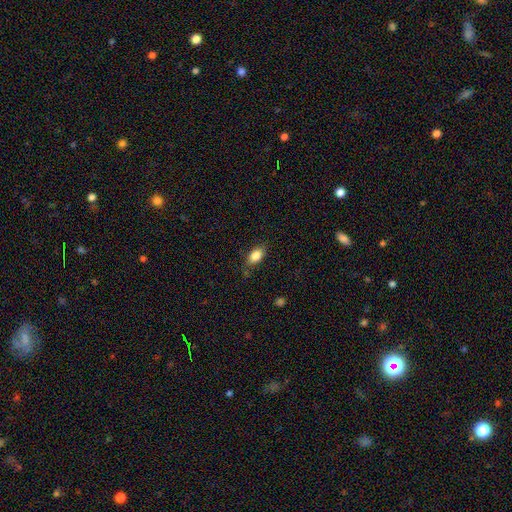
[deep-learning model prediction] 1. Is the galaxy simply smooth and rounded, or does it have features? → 83% smooth, 9% featured or disk, 8% star or artifact.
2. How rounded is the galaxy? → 86% in between, 10% round, 4% cigar-shaped.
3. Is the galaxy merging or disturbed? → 78% none, 17% minor disturbance, 4% major disturbance, 2% merger.